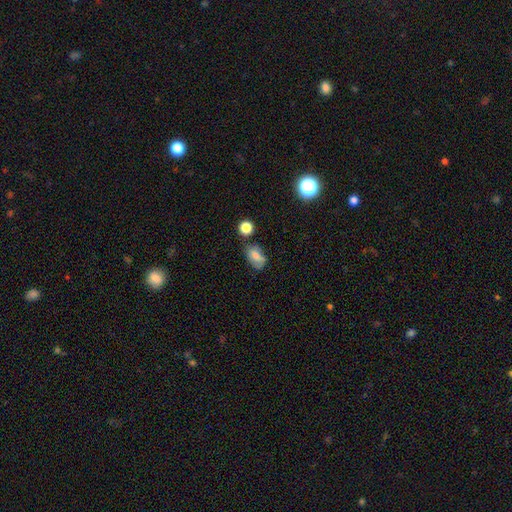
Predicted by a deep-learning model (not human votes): This is likely a smooth galaxy (70%). How rounded: clearly in between (84%). Merging: possibly none (54%).